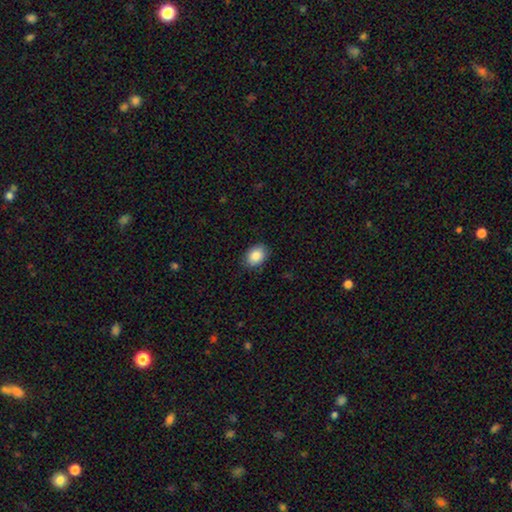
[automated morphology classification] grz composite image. It shows a smooth galaxy with no disk features (88%) that is in between round and cigar-shaped (75%). Merging: none (86%).